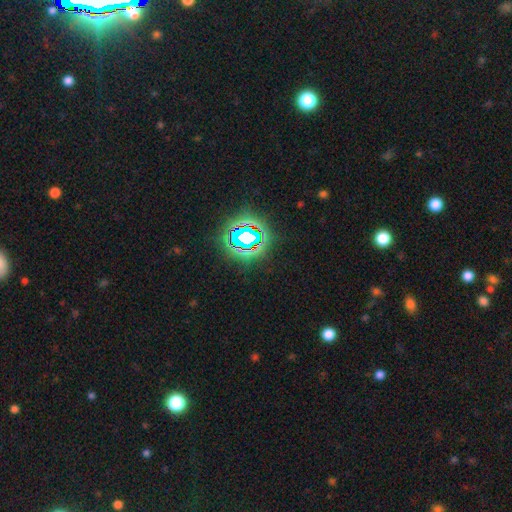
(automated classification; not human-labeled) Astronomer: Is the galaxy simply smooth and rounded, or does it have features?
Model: star or artifact — 82%.